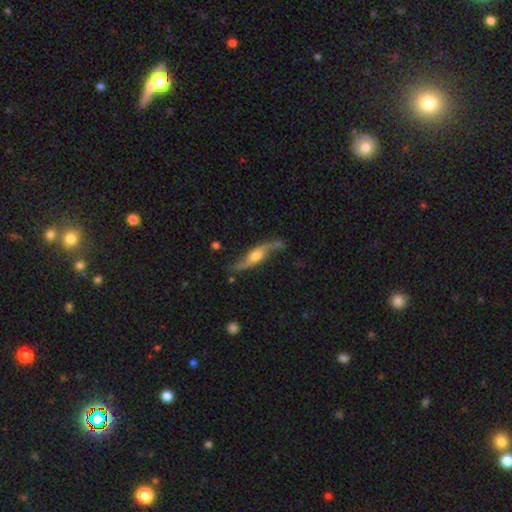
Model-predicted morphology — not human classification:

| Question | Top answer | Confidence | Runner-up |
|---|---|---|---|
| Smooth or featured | featured or disk | 76% | smooth (19%) |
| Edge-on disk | no | 59% | yes (41%) |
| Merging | none | 69% | minor disturbance (20%) |